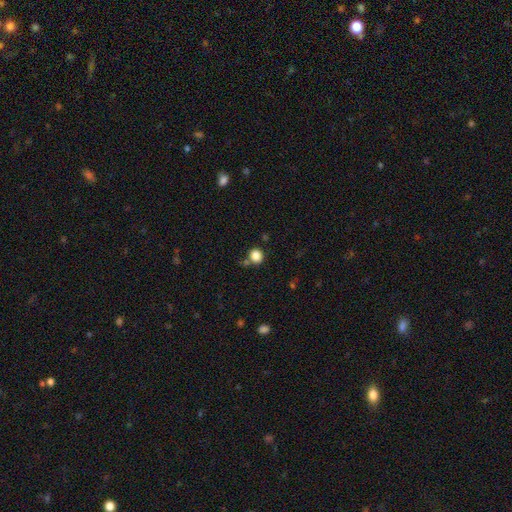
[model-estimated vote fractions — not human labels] Q: Smooth or featured?
A: smooth (85%); runner-up: star or artifact (11%)
Q: How rounded?
A: round (85%); runner-up: in between (14%)
Q: Merging?
A: none (73%); runner-up: minor disturbance (12%)